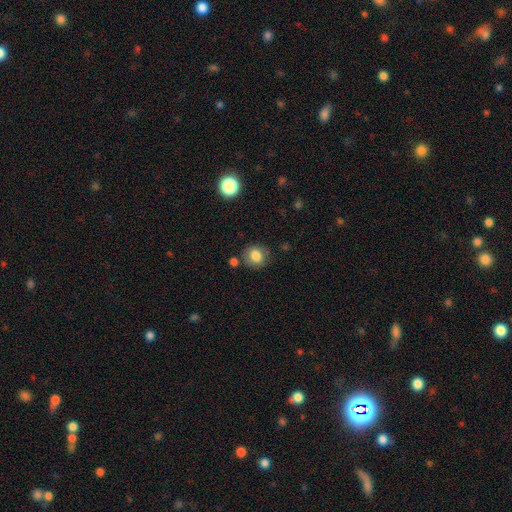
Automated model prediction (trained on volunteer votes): Smooth or featured?
  - smooth: 81% *
  - star or artifact: 10%
  - featured or disk: 9%
How rounded?
  - round: 79% *
  - in between: 20%
  - cigar-shaped: 1%
Merging?
  - none: 78% *
  - minor disturbance: 14%
  - merger: 5%
  - major disturbance: 4%